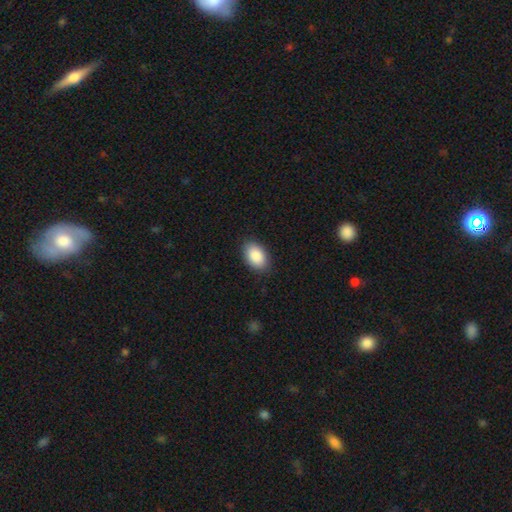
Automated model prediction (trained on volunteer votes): Smooth or featured: smooth — 90% (star or artifact — 6%)
How rounded: in between — 91% (round — 8%)
Merging: none — 88% (minor disturbance — 9%)